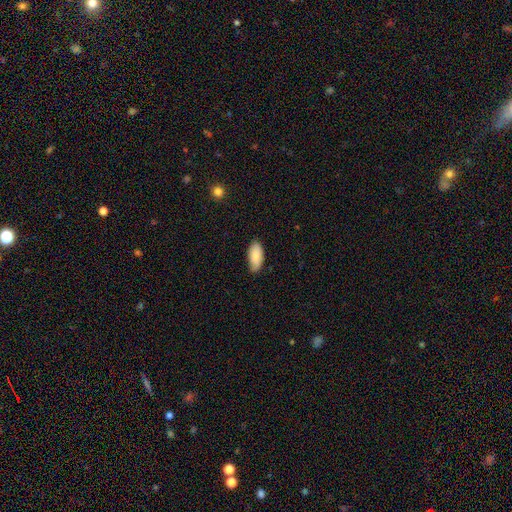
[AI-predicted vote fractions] This is clearly a smooth galaxy (86%). How rounded: clearly in between (91%). Merging: clearly none (81%).